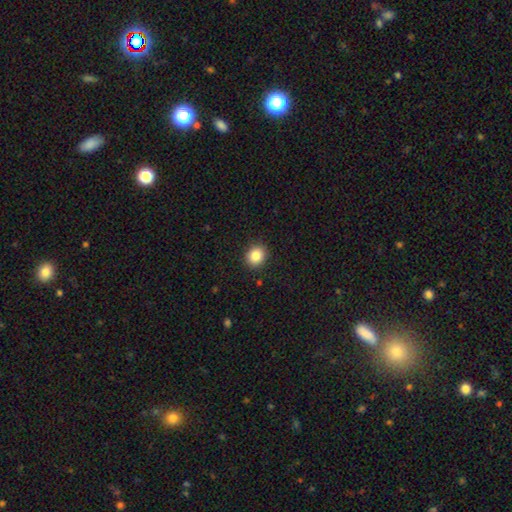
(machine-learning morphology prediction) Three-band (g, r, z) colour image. It shows a smooth galaxy with no disk features (85%) that is round (74%). Merging: none (90%).